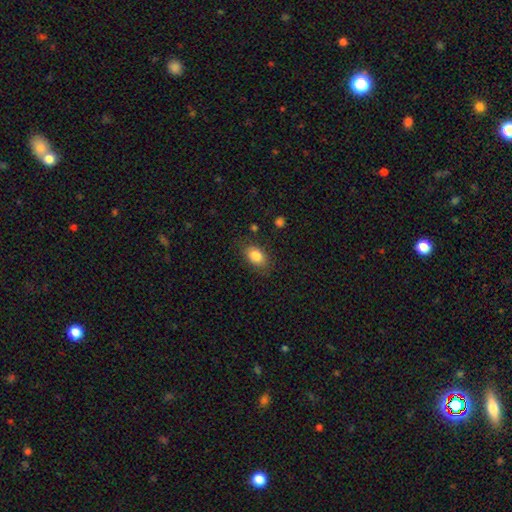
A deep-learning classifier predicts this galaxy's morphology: Smooth or featured: smooth — 84% (star or artifact — 8%)
How rounded: in between — 85% (round — 13%)
Merging: none — 80% (minor disturbance — 14%)